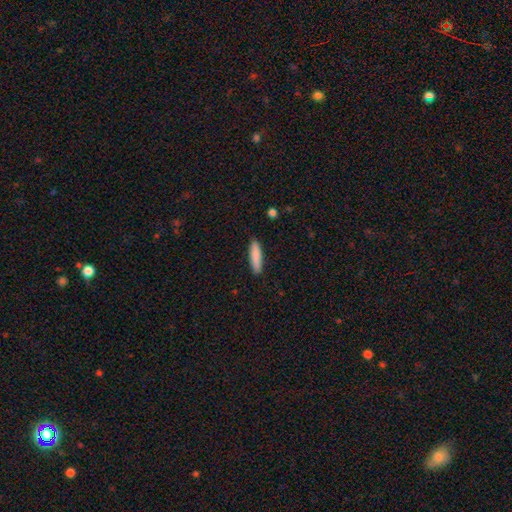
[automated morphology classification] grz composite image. It shows a smooth galaxy with no disk features (87%) that is cigar-shaped (77%). Merging: none (90%).